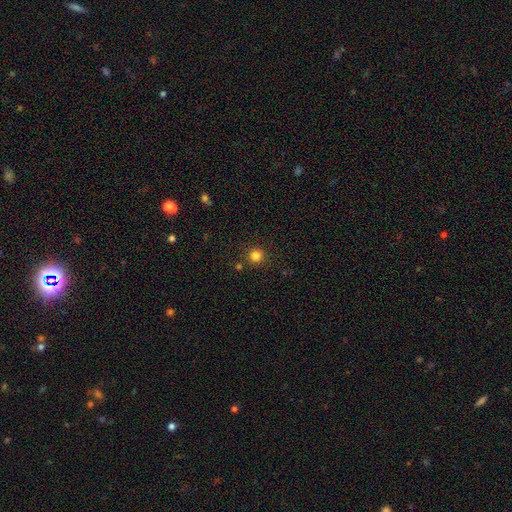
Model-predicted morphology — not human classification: Q: Smooth or featured?
A: smooth (81%); runner-up: star or artifact (14%)
Q: How rounded?
A: round (94%); runner-up: in between (5%)
Q: Merging?
A: none (85%); runner-up: minor disturbance (7%)